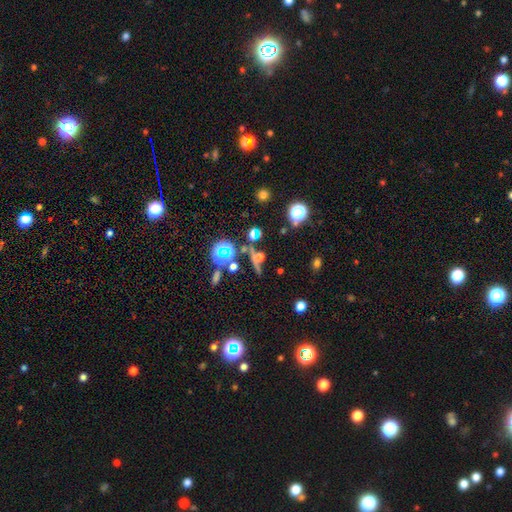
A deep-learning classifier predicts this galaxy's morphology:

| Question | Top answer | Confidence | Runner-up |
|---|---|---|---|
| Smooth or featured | star or artifact | 47% | smooth (28%) |